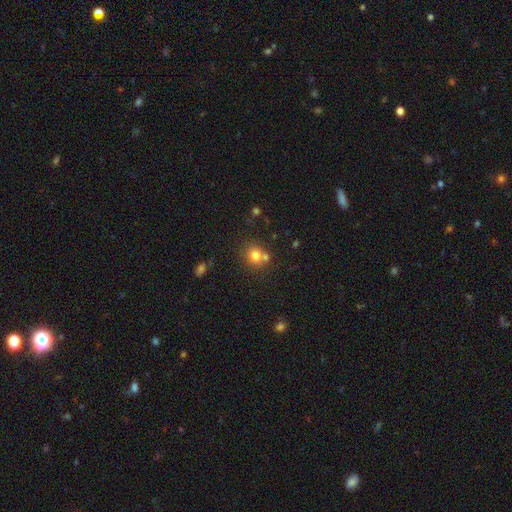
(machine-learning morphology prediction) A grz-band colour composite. It shows a smooth galaxy with no disk features (76%) that is round (81%). Merging: none (58%).